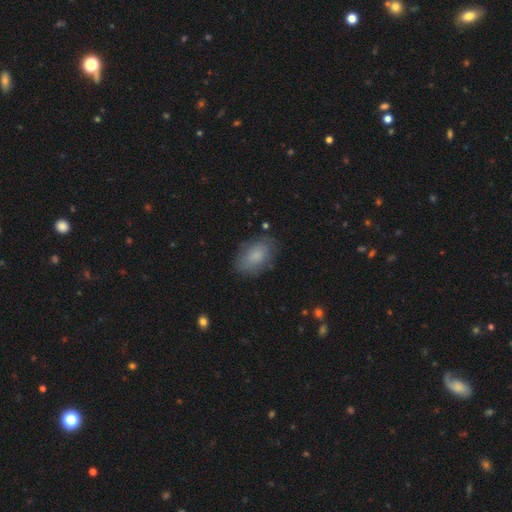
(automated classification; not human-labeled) Overall: smooth (80%). How rounded: in between (92%). Merging: none (78%).